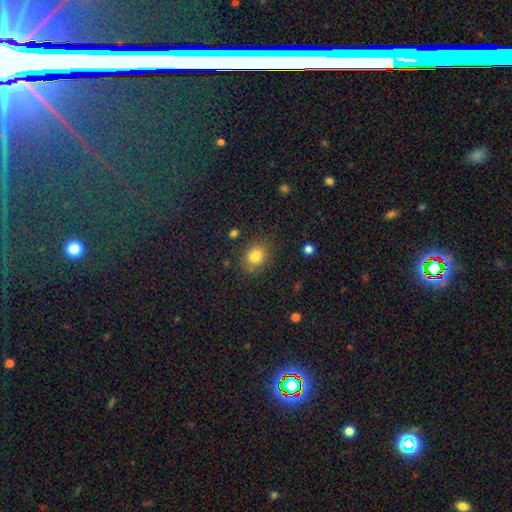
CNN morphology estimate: This is clearly a smooth galaxy (82%). How rounded: possibly round (59%). Merging: likely none (78%).